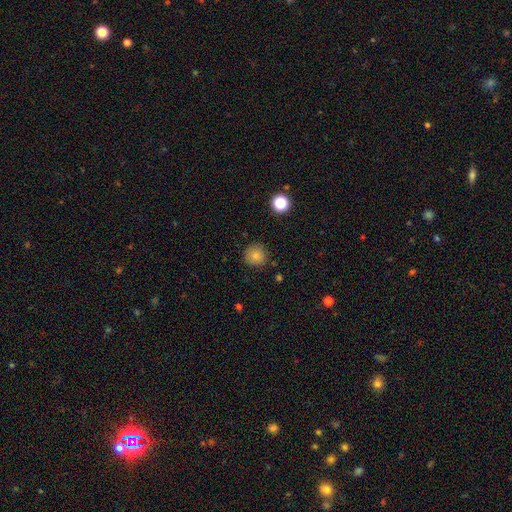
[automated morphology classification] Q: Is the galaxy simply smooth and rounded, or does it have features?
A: smooth — 80%.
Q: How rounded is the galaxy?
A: round — 93%.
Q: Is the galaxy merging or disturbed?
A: none — 86%.